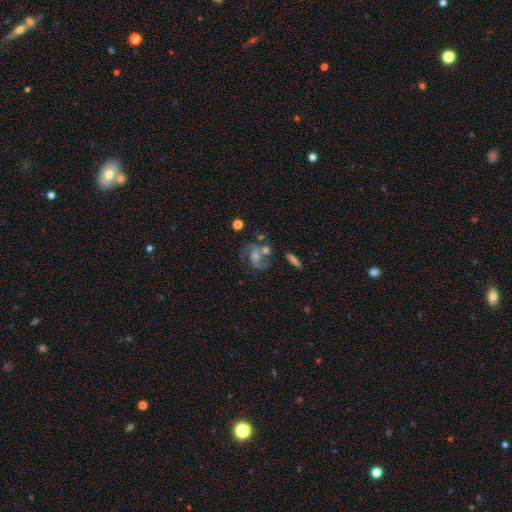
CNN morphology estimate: Smooth or featured? Predicted: featured or disk (p=0.78). Edge-on disk? Predicted: no (p=0.97). Bar? Predicted: no (p=0.50). Spiral arms? Predicted: yes (p=0.93). Spiral winding? Predicted: medium (p=0.55). Spiral arm count? Predicted: 2 (p=0.85). Bulge size? Predicted: moderate (p=0.39). Merging? Predicted: none (p=0.52).